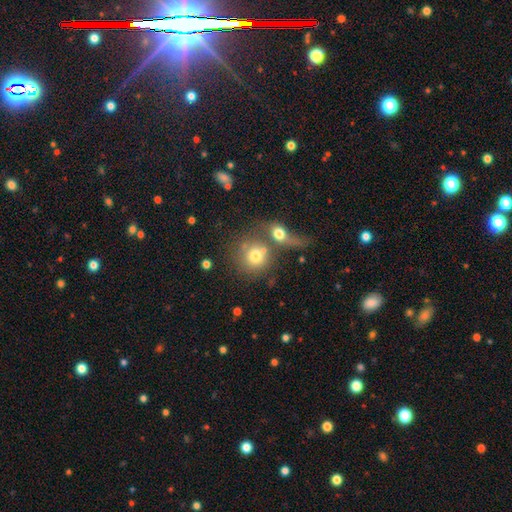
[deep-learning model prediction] Overall: smooth (70%). How rounded: round (85%). Merging: merger (49%; none 33%).